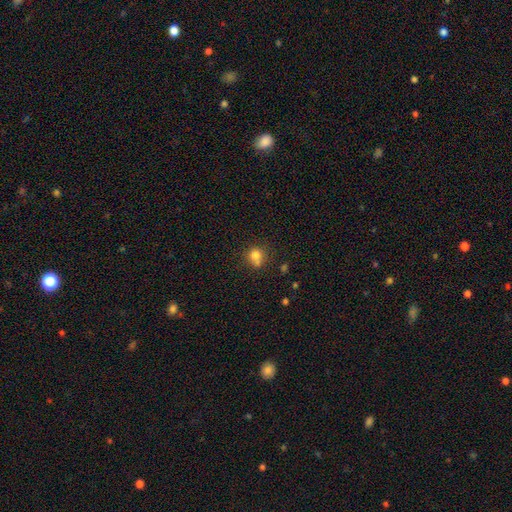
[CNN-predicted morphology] A smooth galaxy with no disk features (76%) that is round (79%). Merging: none (47%).